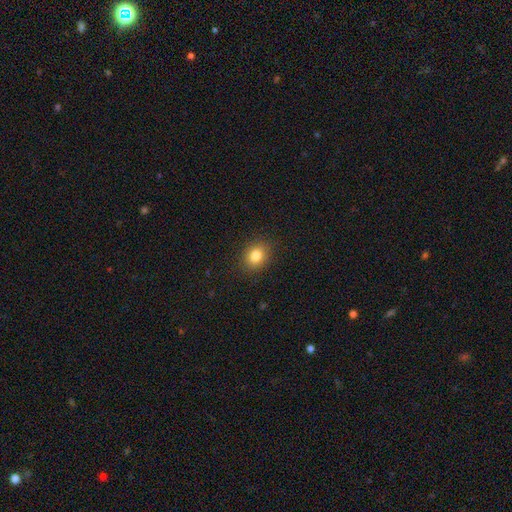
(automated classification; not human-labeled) This appears to be a smooth galaxy with no disk features (82%) that is round (57%). Merging: none (89%).